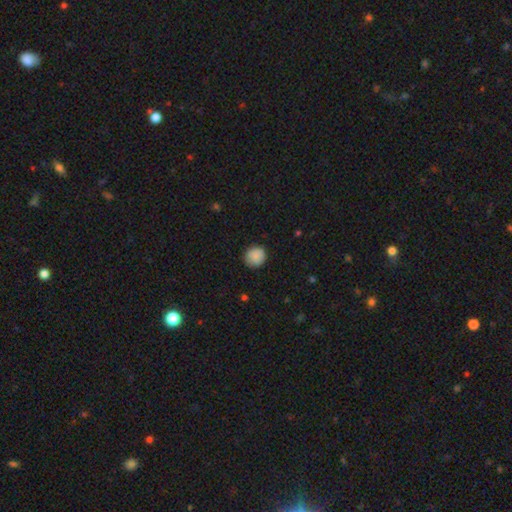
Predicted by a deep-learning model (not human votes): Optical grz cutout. It shows a smooth galaxy with no disk features (88%) that is round (89%). Merging: none (86%).